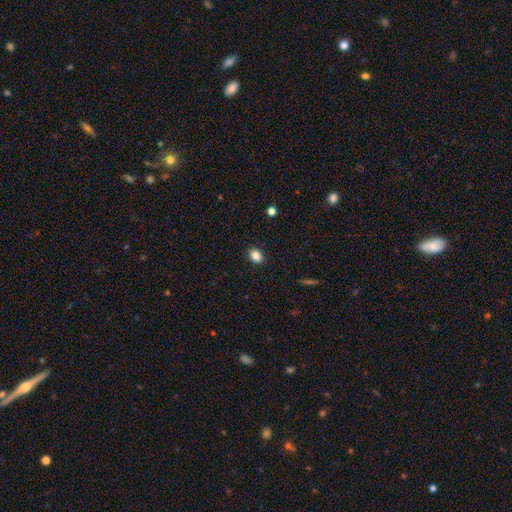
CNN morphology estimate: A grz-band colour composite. It shows a smooth galaxy with no disk features (86%) that is in between round and cigar-shaped (67%). Merging: none (89%).